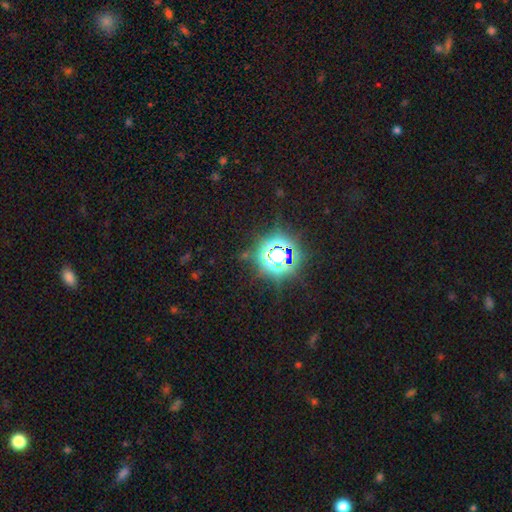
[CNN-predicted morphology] Smooth or featured? star or artifact (77%)